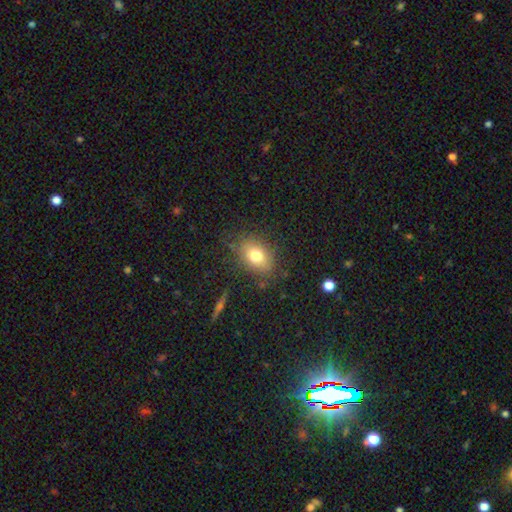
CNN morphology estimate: Overall: smooth (75%). How rounded: in between (71%). Merging: none (80%).